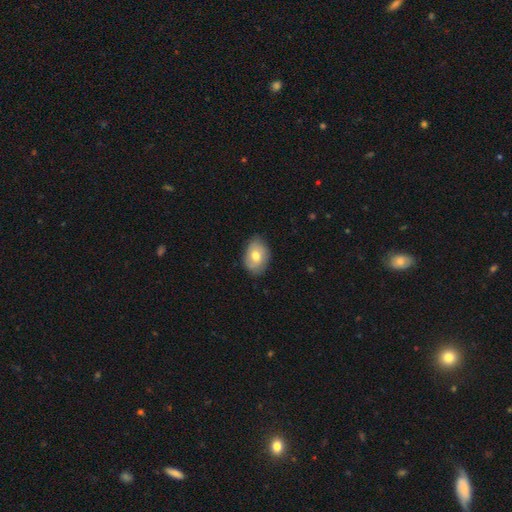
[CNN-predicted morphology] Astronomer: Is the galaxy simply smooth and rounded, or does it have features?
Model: smooth — 70%.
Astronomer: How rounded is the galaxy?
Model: in between — 80%.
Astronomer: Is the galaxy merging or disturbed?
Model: none — 78%.